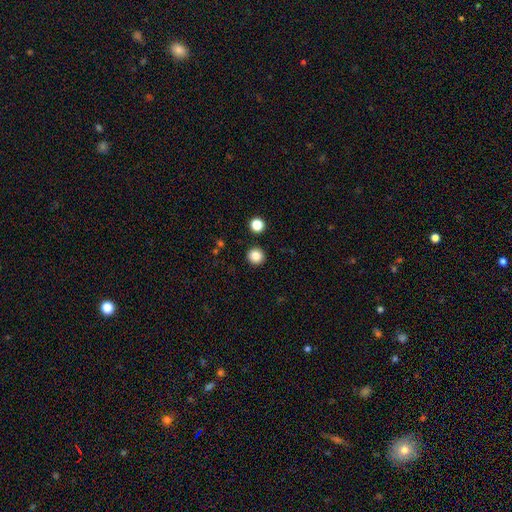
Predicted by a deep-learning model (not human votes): Smooth or featured?
  - smooth: 85% *
  - star or artifact: 11%
  - featured or disk: 4%
How rounded?
  - round: 94% *
  - in between: 5%
  - cigar-shaped: 1%
Merging?
  - none: 92% *
  - minor disturbance: 5%
  - merger: 2%
  - major disturbance: 2%